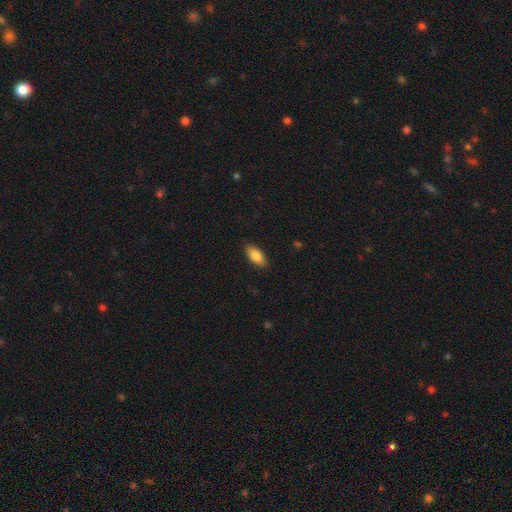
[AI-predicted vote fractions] Smooth or featured: smooth — 84% (featured or disk — 10%)
How rounded: in between — 88% (cigar-shaped — 9%)
Merging: none — 87% (minor disturbance — 10%)